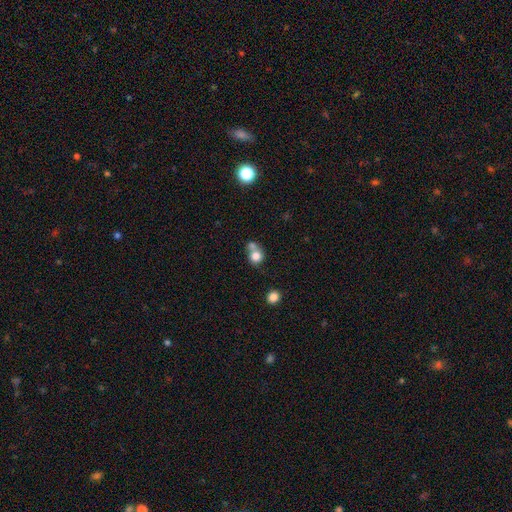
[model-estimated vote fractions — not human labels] A smooth galaxy with no disk features (78%) that is round (81%). Merging: merger (49%).